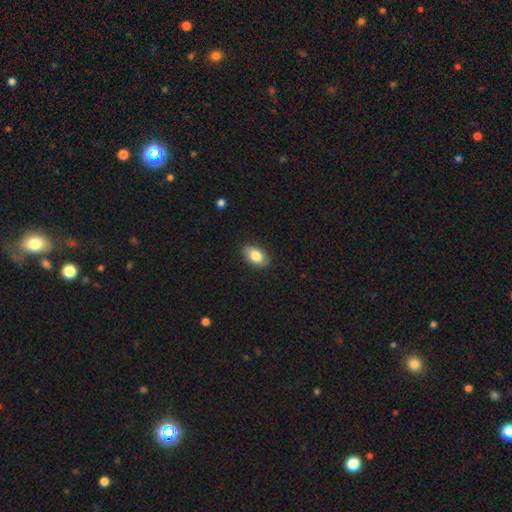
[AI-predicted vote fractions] Smooth or featured? smooth (80%)
How rounded? in between (90%)
Merging? none (86%)